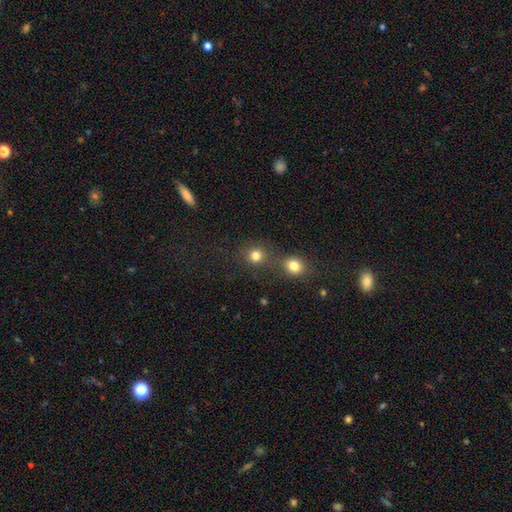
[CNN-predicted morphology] type=smooth (80%); roundness=round (88%); merging=none (59%).